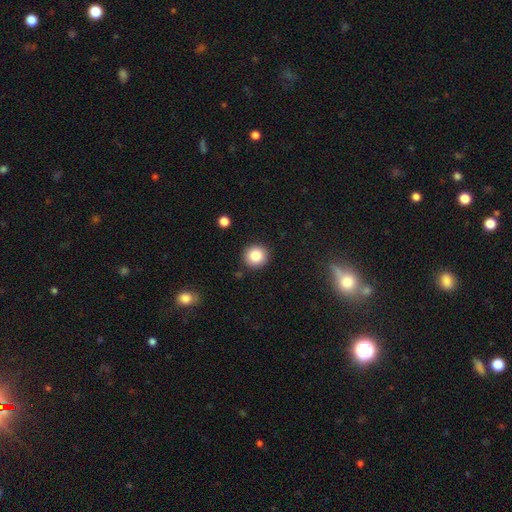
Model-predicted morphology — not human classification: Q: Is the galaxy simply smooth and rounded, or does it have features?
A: smooth — 84%.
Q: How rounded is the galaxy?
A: round — 92%.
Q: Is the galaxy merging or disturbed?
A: none — 90%.